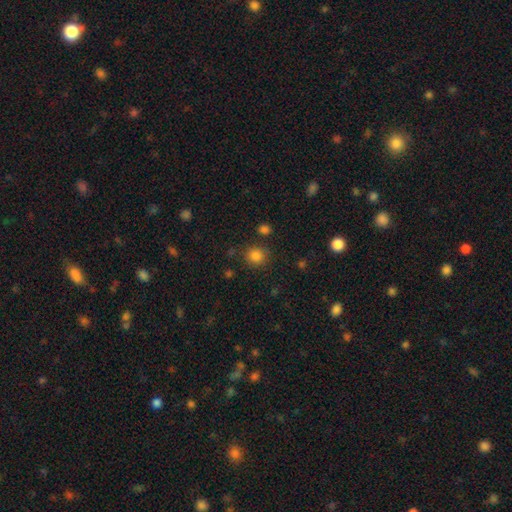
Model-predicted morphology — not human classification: smooth_or_featured: smooth (p=0.83) [alt: star or artifact p=0.13]
how_rounded: round (p=0.90) [alt: in between p=0.09]
merging: none (p=0.84) [alt: minor disturbance p=0.08]